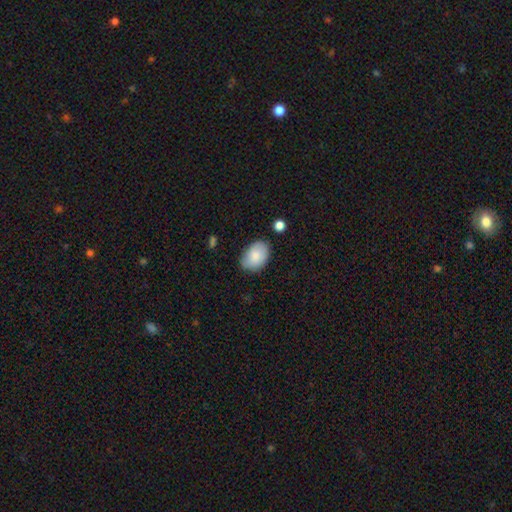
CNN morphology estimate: Overall: smooth (85%). How rounded: in between (86%). Merging: none (75%).